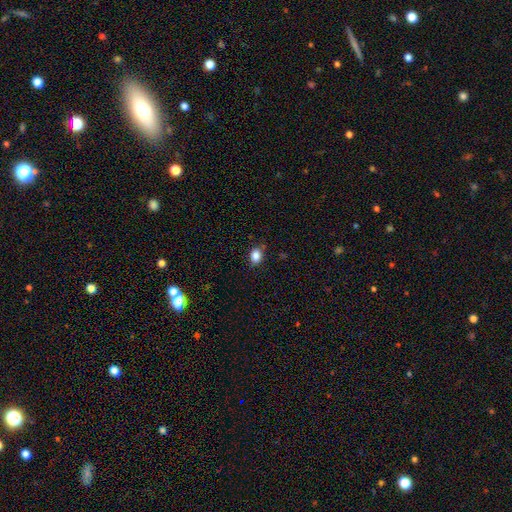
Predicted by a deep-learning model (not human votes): smooth_or_featured: smooth (p=0.84) [alt: star or artifact p=0.10]
how_rounded: in between (p=0.65) [alt: round p=0.34]
merging: none (p=0.82) [alt: minor disturbance p=0.14]